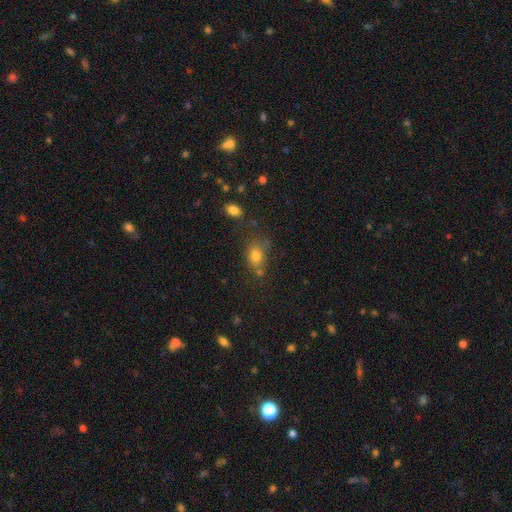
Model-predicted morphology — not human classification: Smooth or featured? smooth (78%)
How rounded? in between (60%)
Merging? none (54%)